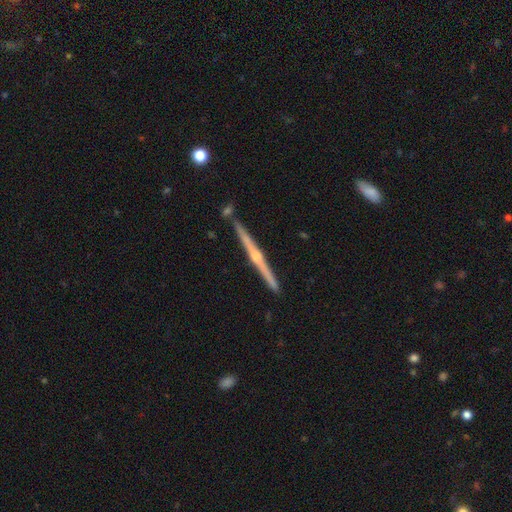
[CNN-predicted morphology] This is clearly a featured or disk galaxy (83%). It is clearly viewed edge-on (98%). Edge-on bulge: clearly rounded (87%). Merging: clearly none (88%).